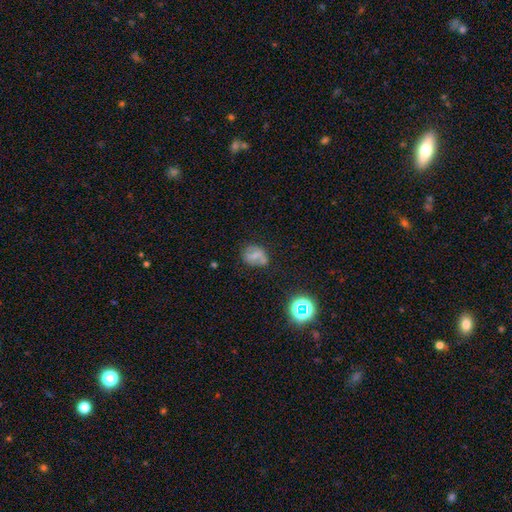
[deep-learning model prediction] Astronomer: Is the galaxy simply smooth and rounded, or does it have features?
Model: smooth — 53% (runner-up: featured or disk, 30%).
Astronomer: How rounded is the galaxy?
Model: in between — 60% (runner-up: round, 38%).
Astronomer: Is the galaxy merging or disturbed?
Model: none — 60%.